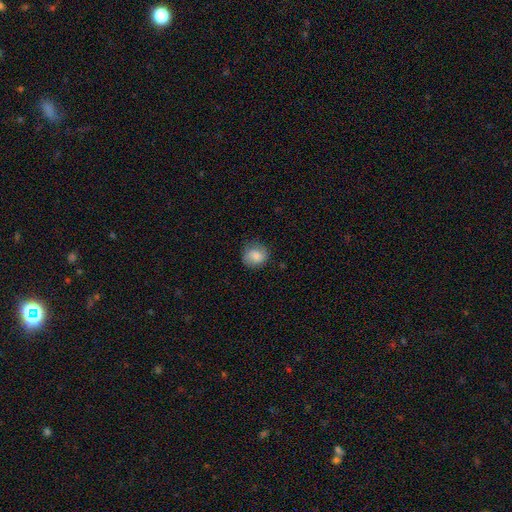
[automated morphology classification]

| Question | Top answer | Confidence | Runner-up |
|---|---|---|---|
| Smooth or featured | smooth | 83% | featured or disk (9%) |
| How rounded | round | 78% | in between (21%) |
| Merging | none | 75% | minor disturbance (19%) |